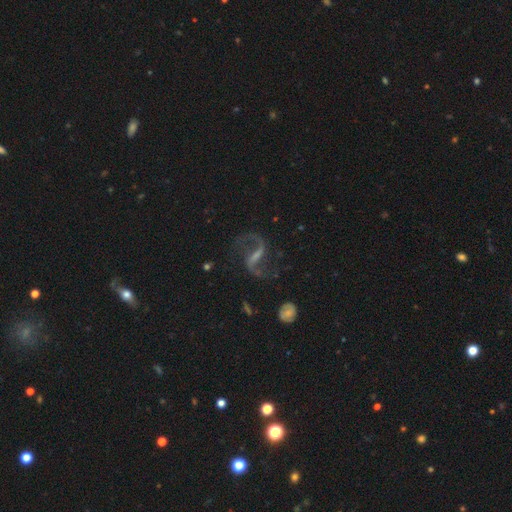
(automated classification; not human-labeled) Smooth or featured?
  - featured or disk: 89% *
  - star or artifact: 7%
  - smooth: 4%
Edge-on disk?
  - no: 97% *
  - yes: 3%
Bar?
  - strong: 52% *
  - weak: 39%
  - no: 10%
Spiral arms?
  - yes: 97% *
  - no: 3%
Spiral winding?
  - loose: 66% *
  - medium: 29%
  - tight: 5%
Spiral arm count?
  - 2: 94% *
  - can't tell: 2%
  - 1: 2%
  - 3: 1%
  - 4: 1%
  - more than 4: 1%
Bulge size?
  - small: 42% *
  - none: 37%
  - moderate: 18%
  - large: 3%
  - dominant: 1%
Merging?
  - none: 77% *
  - minor disturbance: 12%
  - major disturbance: 9%
  - merger: 2%